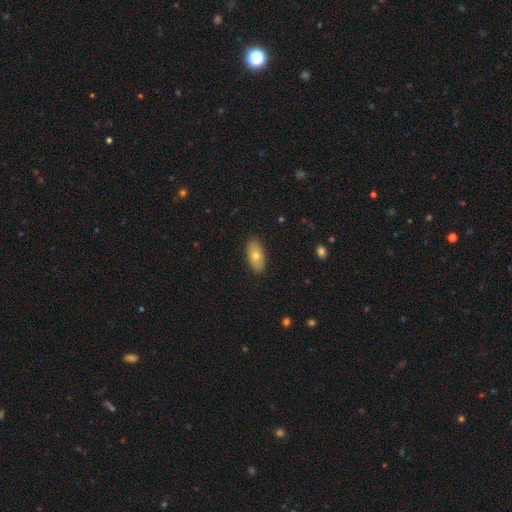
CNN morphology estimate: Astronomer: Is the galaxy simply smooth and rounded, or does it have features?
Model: smooth — 68%.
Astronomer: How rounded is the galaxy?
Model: in between — 88%.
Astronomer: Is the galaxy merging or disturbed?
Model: none — 89%.